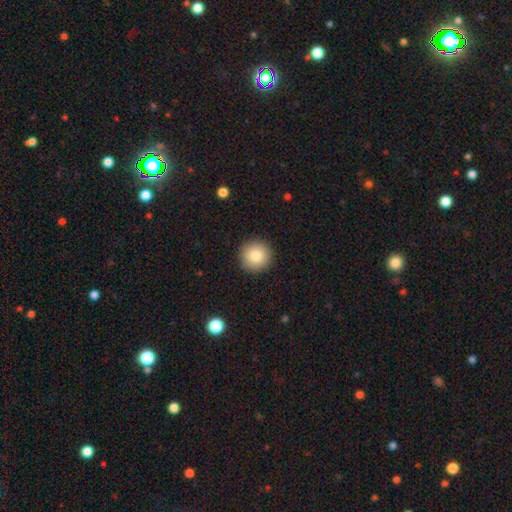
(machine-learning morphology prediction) This appears to be a smooth galaxy with no disk features (84%) that is round (95%). Merging: none (92%).